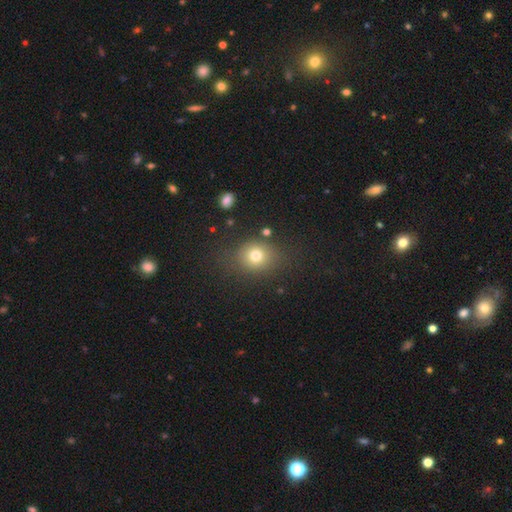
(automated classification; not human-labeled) Smooth or featured?
  - smooth: 75% *
  - star or artifact: 15%
  - featured or disk: 10%
How rounded?
  - round: 70% *
  - in between: 29%
  - cigar-shaped: 1%
Merging?
  - none: 75% *
  - minor disturbance: 14%
  - major disturbance: 7%
  - merger: 3%